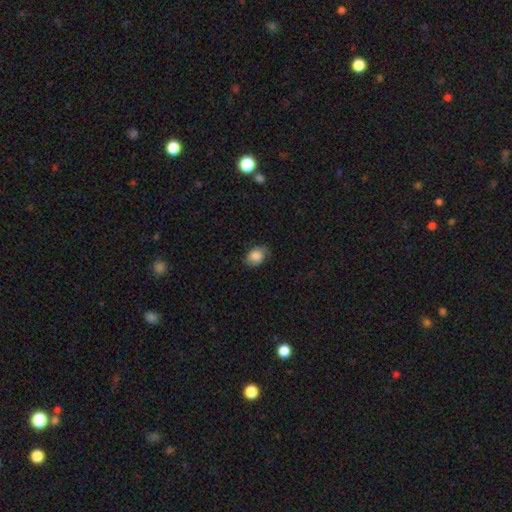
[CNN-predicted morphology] Q: Smooth or featured?
A: smooth (78%); runner-up: featured or disk (14%)
Q: How rounded?
A: in between (69%); runner-up: round (30%)
Q: Merging?
A: none (69%); runner-up: minor disturbance (24%)